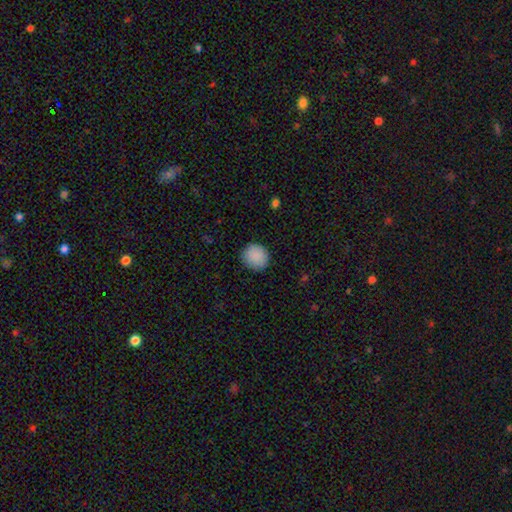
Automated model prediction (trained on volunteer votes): A smooth galaxy with no disk features (89%) that is round (86%).

Vote fractions:
- Smooth or featured? smooth: 89% / star or artifact: 7% / featured or disk: 3%
- How rounded? round: 86% / in between: 13% / cigar-shaped: 1%
- Merging? none: 88% / minor disturbance: 8% / major disturbance: 2% / merger: 1%